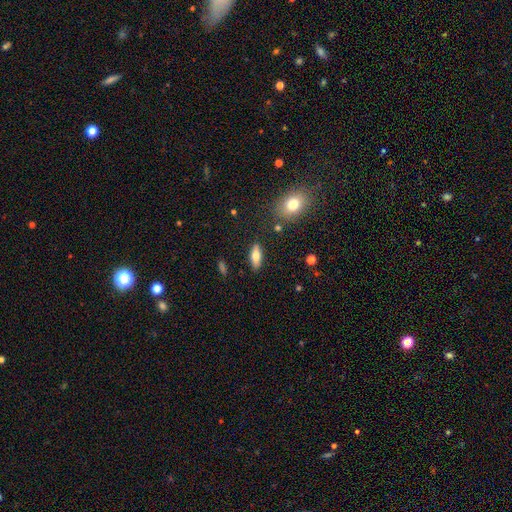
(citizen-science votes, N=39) Volunteers were most divided on "how rounded": in between: 48%, cigar-shaped: 44%, round: 7%. More confident: merging — none (95%); smooth or featured — smooth (69%).